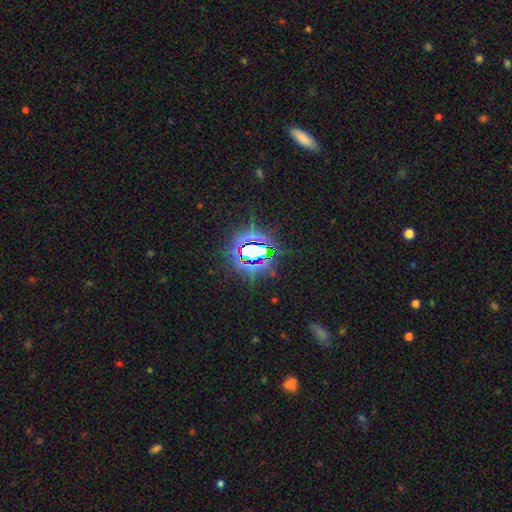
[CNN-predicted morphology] A star or artifact, not a galaxy (75%).

Vote fractions:
- Smooth or featured? star or artifact: 75% / smooth: 14% / featured or disk: 11%